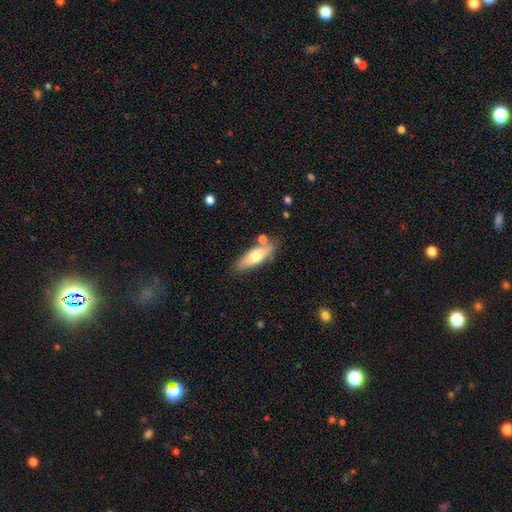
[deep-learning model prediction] smooth 63%, featured or disk 31%, star or artifact 6%. Down the decision tree: how rounded — in between (53%); merging — none (75%).